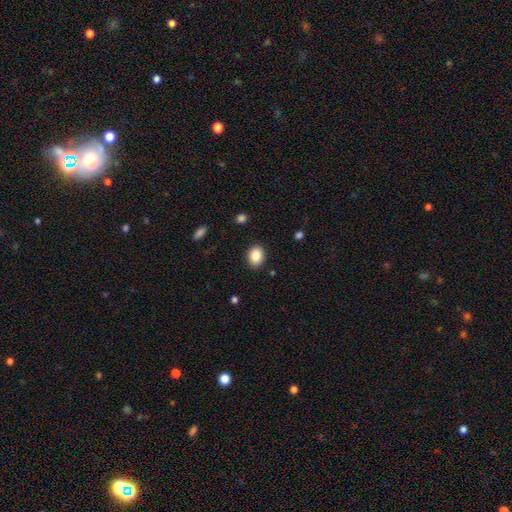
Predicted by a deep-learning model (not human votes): A smooth galaxy with no disk features (87%) that is in between round and cigar-shaped (66%). Merging: none (89%).